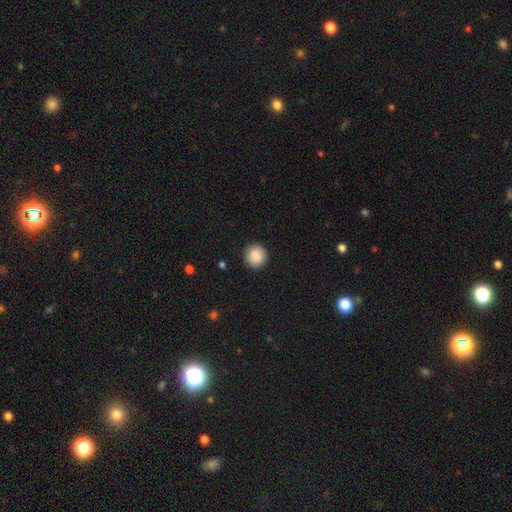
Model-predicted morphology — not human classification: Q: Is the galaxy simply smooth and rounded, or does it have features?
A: smooth — 89%.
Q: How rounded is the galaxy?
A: round — 93%.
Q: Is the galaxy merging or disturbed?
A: none — 92%.